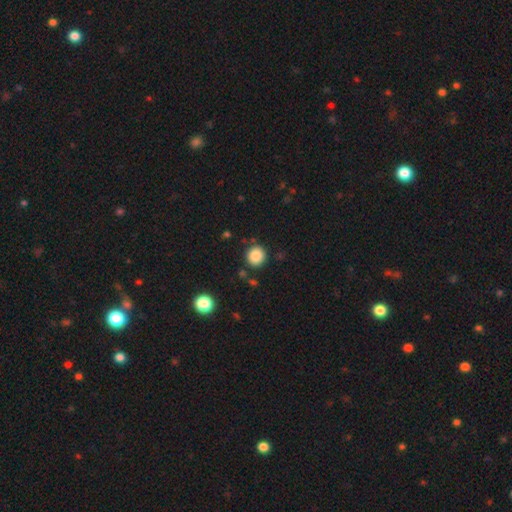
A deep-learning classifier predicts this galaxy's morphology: type=smooth (87%); roundness=round (92%); merging=none (87%).